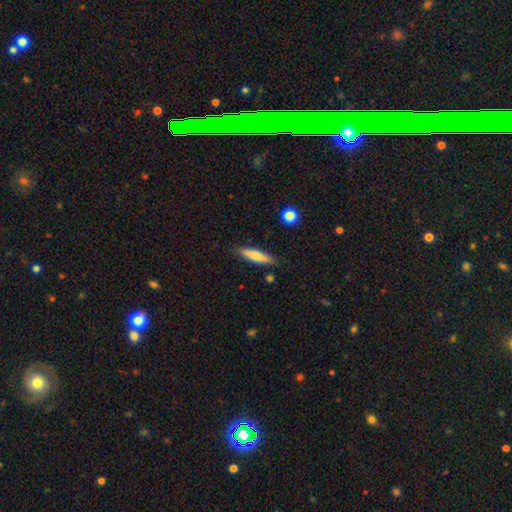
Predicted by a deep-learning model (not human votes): Smooth or featured? Predicted: smooth (p=0.73). How rounded? Predicted: cigar-shaped (p=0.75). Merging? Predicted: none (p=0.83).